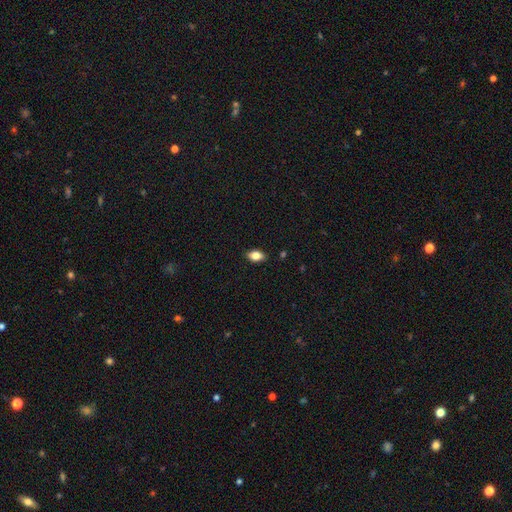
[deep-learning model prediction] Smooth or featured: smooth — 81% (featured or disk — 11%)
How rounded: in between — 88% (round — 8%)
Merging: none — 87% (minor disturbance — 10%)